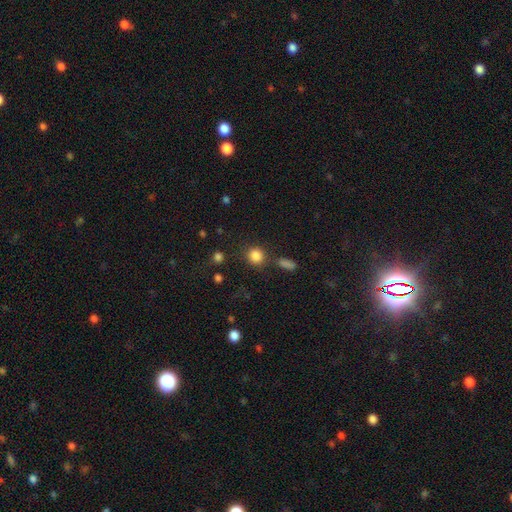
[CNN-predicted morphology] A smooth galaxy with no disk features (84%) that is round (85%).

Vote fractions:
- Smooth or featured? smooth: 84% / star or artifact: 11% / featured or disk: 4%
- How rounded? round: 85% / in between: 14% / cigar-shaped: 1%
- Merging? none: 77% / minor disturbance: 10% / merger: 8% / major disturbance: 5%